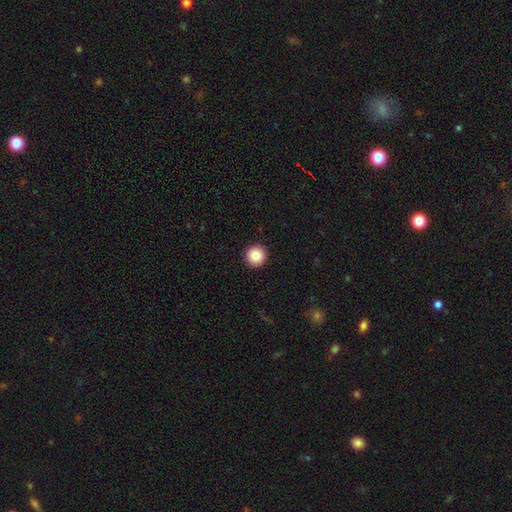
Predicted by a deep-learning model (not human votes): This appears to be a smooth galaxy with no disk features (87%) that is round (96%). Merging: none (94%).